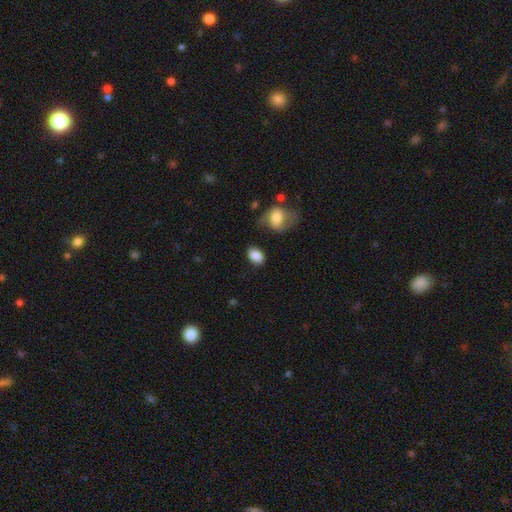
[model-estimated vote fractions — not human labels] smooth_or_featured: smooth (p=0.86) [alt: star or artifact p=0.08]
how_rounded: in between (p=0.82) [alt: round p=0.17]
merging: none (p=0.73) [alt: minor disturbance p=0.18]